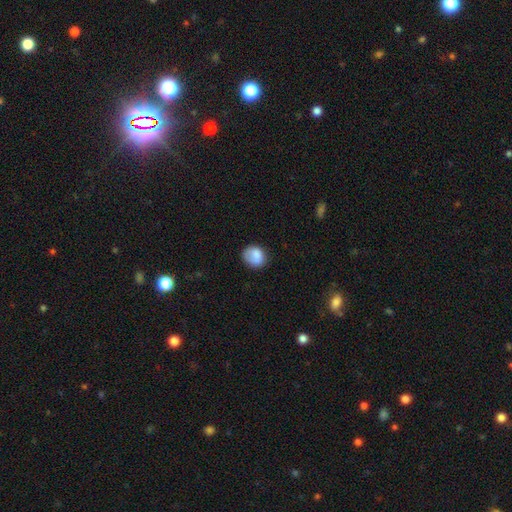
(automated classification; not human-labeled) This is clearly a smooth galaxy (82%). How rounded: likely round (69%). Merging: likely none (68%).